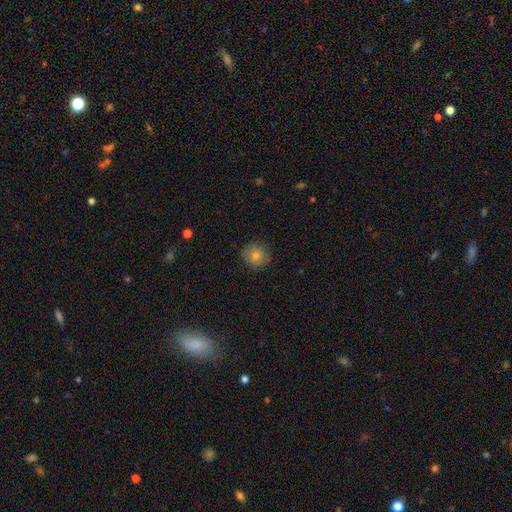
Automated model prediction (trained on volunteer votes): smooth_or_featured: smooth (p=0.70) [alt: featured or disk p=0.16]
how_rounded: round (p=0.91) [alt: in between p=0.08]
merging: none (p=0.87) [alt: minor disturbance p=0.10]